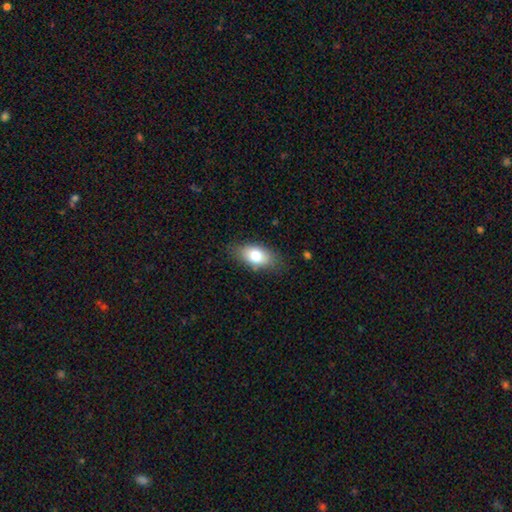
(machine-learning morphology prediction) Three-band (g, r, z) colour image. It shows a smooth galaxy with no disk features (78%) that is in between round and cigar-shaped (89%). Merging: none (78%).